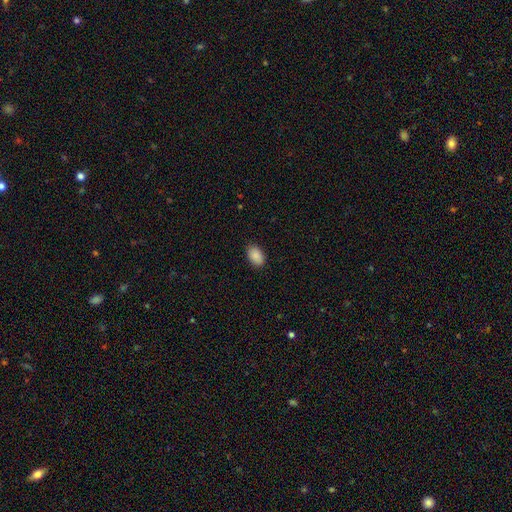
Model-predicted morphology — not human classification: Smooth or featured? Predicted: smooth (p=0.90). How rounded? Predicted: in between (p=0.91). Merging? Predicted: none (p=0.88).